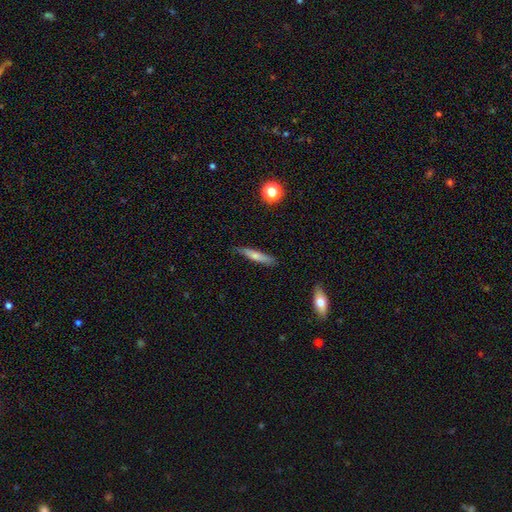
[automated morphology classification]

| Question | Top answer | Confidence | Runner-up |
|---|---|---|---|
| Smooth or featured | smooth | 66% | featured or disk (27%) |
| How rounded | cigar-shaped | 88% | in between (10%) |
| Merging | none | 82% | minor disturbance (14%) |